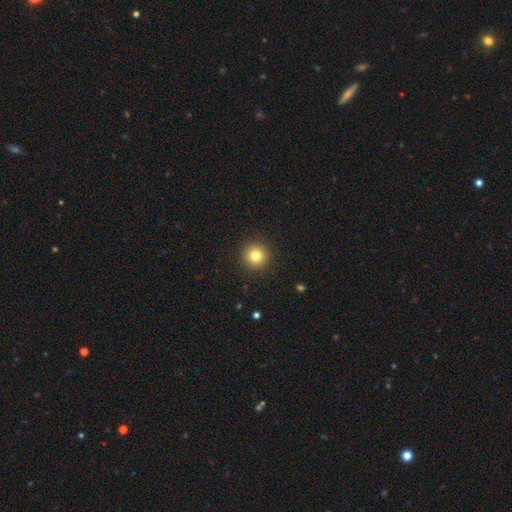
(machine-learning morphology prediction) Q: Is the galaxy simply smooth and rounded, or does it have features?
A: smooth — 81%.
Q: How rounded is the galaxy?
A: round — 96%.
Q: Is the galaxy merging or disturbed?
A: none — 92%.